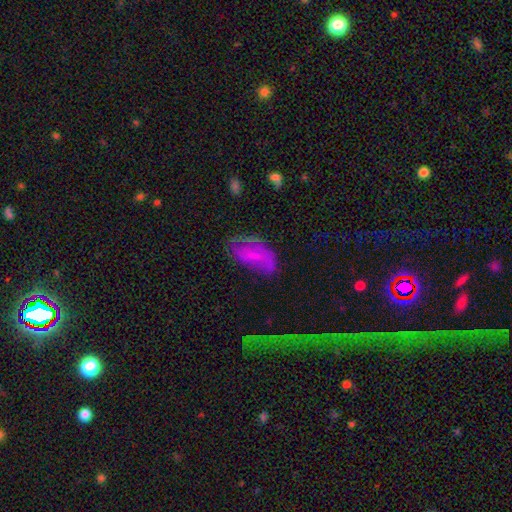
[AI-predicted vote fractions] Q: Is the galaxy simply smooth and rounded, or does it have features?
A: smooth — 48%.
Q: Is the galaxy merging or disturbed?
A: none — 49%.